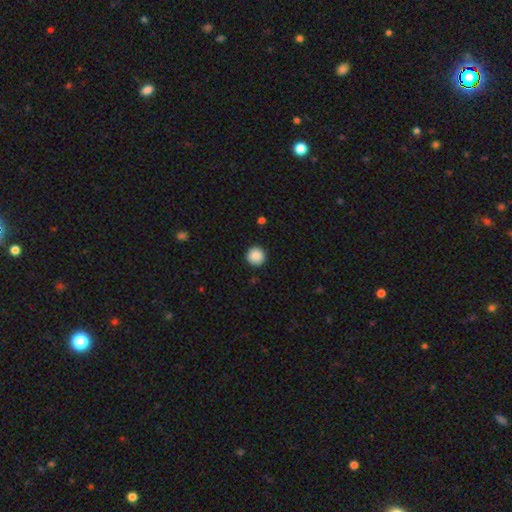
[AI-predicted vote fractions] Smooth or featured? Predicted: smooth (p=0.89). How rounded? Predicted: round (p=0.96). Merging? Predicted: none (p=0.92).